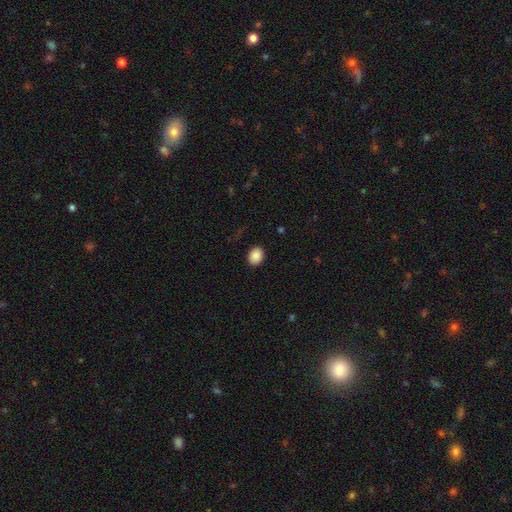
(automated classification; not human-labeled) smooth-or-featured: smooth: 89% | star or artifact: 8% | featured or disk: 3%
  how-rounded: in between: 61% | round: 38% | cigar-shaped: 1%
  merging: none: 88% | minor disturbance: 8% | major disturbance: 2% | merger: 1%